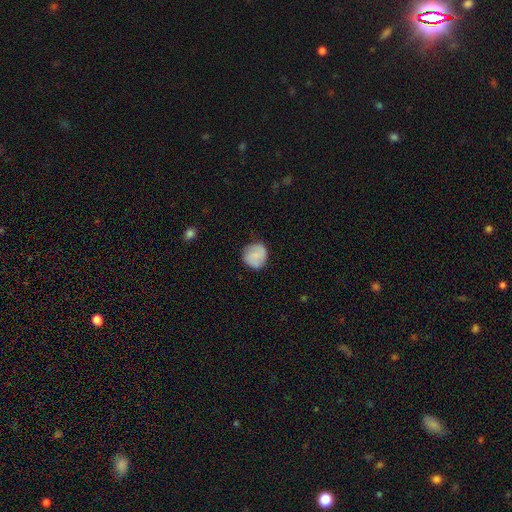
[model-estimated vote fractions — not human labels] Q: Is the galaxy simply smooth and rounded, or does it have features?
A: smooth — 78%.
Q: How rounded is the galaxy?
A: round — 86%.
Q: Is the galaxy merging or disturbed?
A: none — 75%.